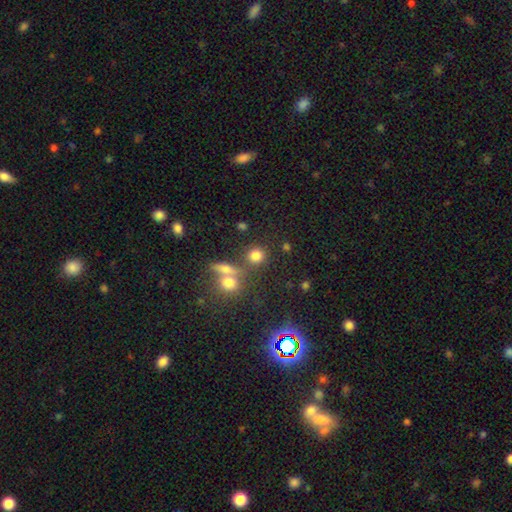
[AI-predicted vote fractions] Overall: smooth (76%). How rounded: round (86%). Merging: none (68%).